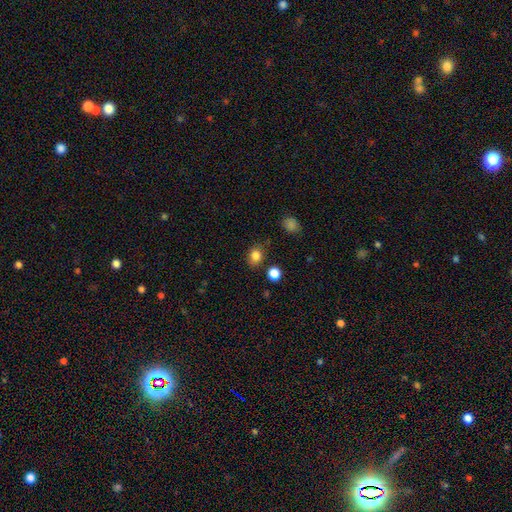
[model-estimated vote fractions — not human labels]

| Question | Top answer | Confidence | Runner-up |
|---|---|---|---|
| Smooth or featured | smooth | 83% | star or artifact (12%) |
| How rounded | round | 57% | in between (42%) |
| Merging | none | 79% | minor disturbance (13%) |